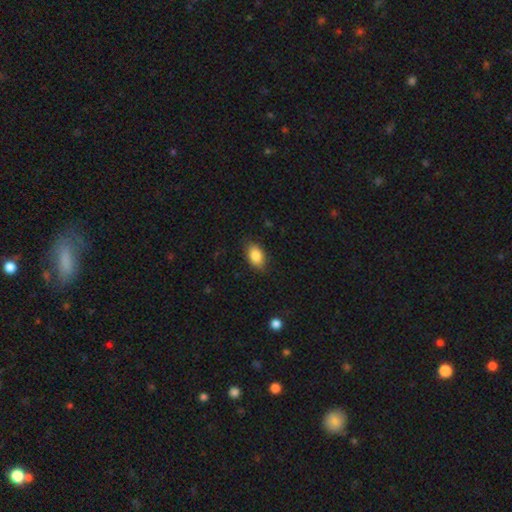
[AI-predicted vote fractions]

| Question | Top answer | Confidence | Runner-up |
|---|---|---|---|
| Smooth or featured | smooth | 86% | star or artifact (8%) |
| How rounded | in between | 88% | round (10%) |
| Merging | none | 84% | minor disturbance (12%) |